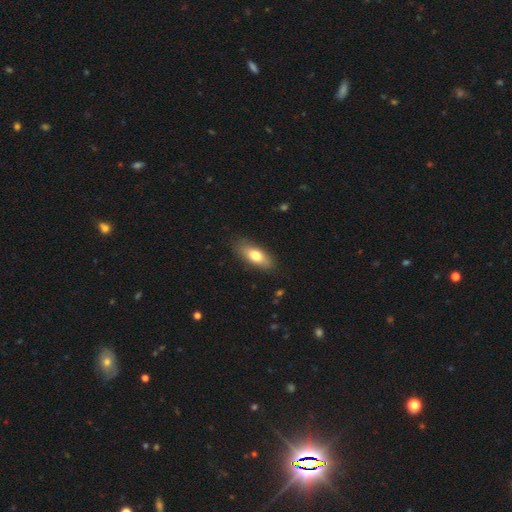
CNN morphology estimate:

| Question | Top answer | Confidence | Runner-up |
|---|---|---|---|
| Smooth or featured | smooth | 74% | featured or disk (20%) |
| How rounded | in between | 76% | cigar-shaped (21%) |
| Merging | none | 84% | minor disturbance (12%) |